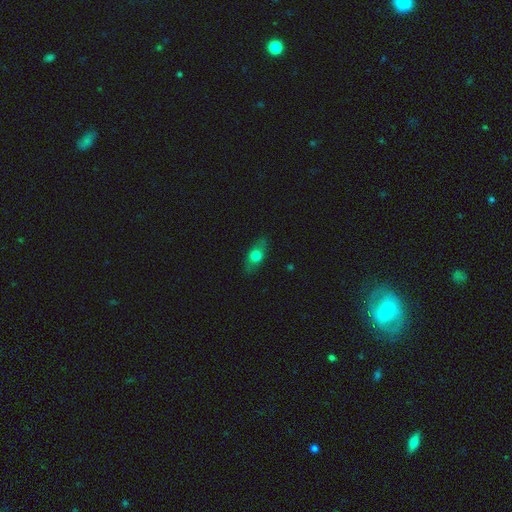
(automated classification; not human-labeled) Smooth or featured? Predicted: smooth (p=0.63). How rounded? Predicted: in between (p=0.71). Merging? Predicted: none (p=0.80).